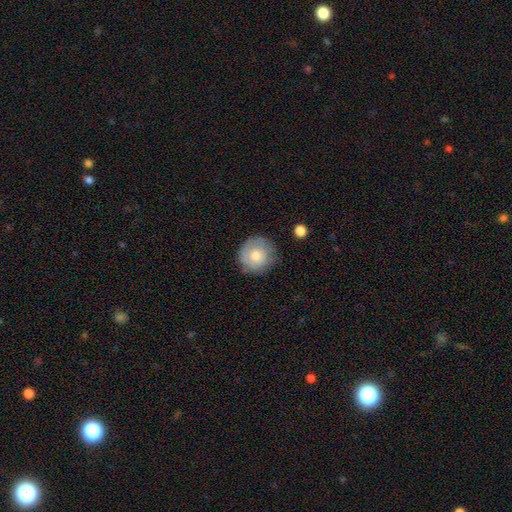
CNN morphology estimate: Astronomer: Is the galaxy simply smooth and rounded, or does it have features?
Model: smooth — 62%.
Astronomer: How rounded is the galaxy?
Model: round — 92%.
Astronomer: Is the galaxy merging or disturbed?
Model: none — 76%.